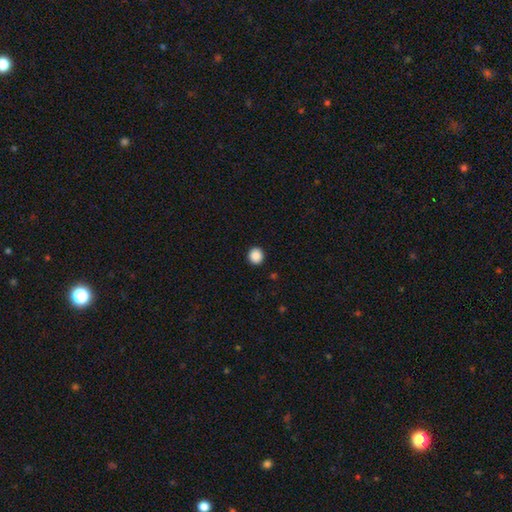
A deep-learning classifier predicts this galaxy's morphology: Overall: smooth (89%). How rounded: round (90%). Merging: none (93%).